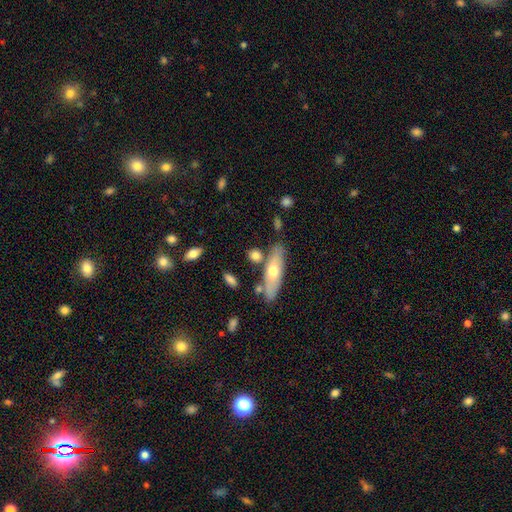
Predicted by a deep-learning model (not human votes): smooth 64%, featured or disk 28%, star or artifact 8%. Down the decision tree: how rounded — in between (42%); merging — none (68%).